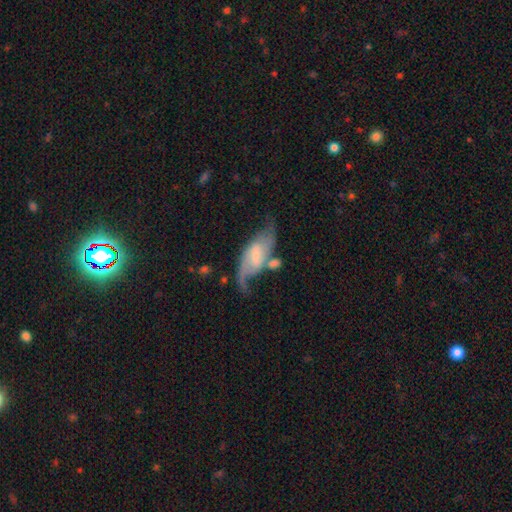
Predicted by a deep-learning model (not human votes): A featured or disk galaxy (78%) with a weak bar (48%), 2 (85%) loose (59%) spiral arms (94%) and a small central bulge (47%). Merging: none (48%).